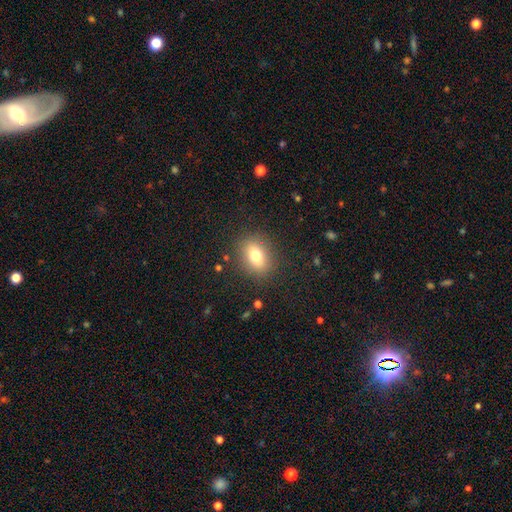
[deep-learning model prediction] The model was most divided on "how rounded": in between: 65%, round: 32%, cigar-shaped: 3%. More confident: merging — none (86%); smooth or featured — smooth (76%).